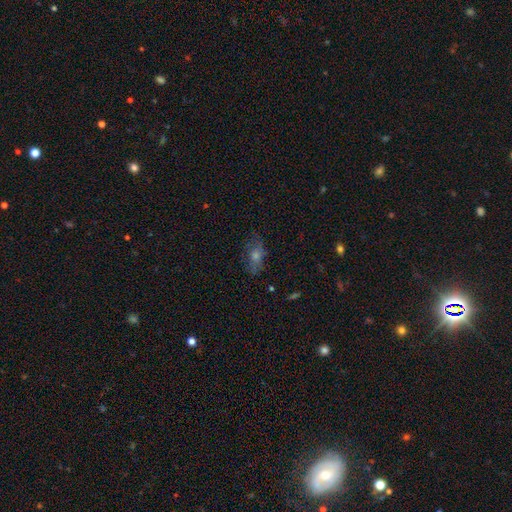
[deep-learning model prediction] A smooth galaxy with no disk features (46%). Merging: none (73%).